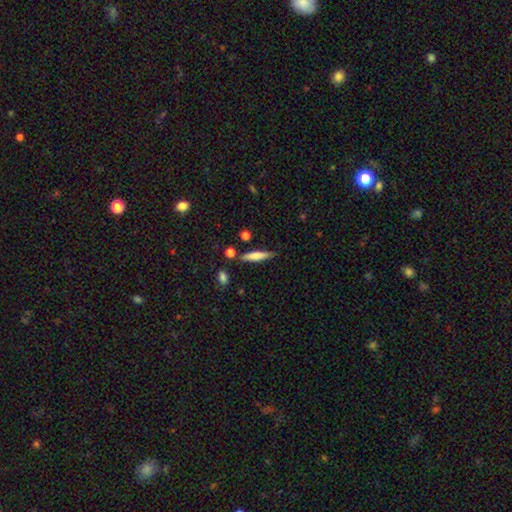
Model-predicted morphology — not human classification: Overall: smooth (68%). How rounded: cigar-shaped (87%). Merging: none (79%).